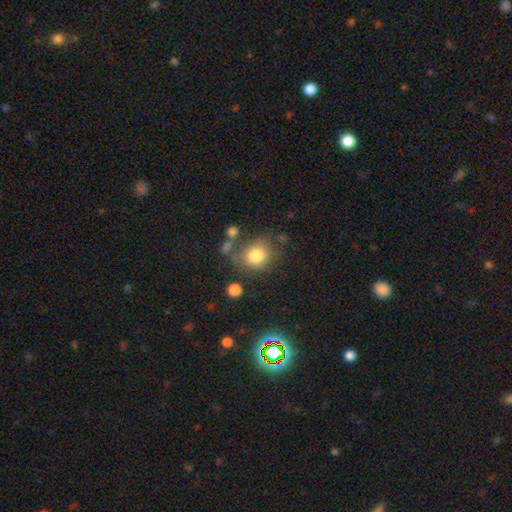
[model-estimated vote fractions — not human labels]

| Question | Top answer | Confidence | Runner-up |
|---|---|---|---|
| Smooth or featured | smooth | 81% | star or artifact (10%) |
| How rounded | round | 77% | in between (22%) |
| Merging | none | 68% | minor disturbance (16%) |